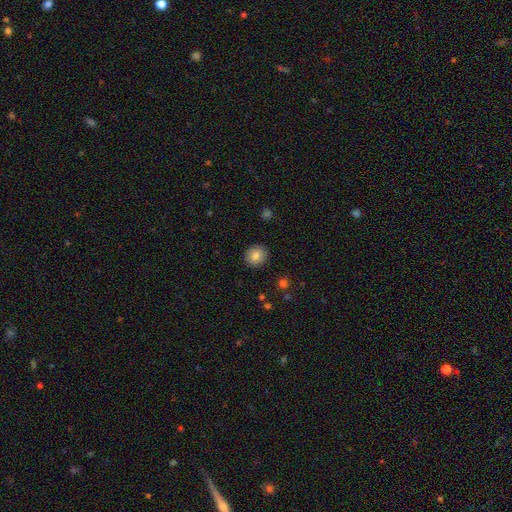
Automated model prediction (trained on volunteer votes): Smooth or featured?
  - smooth: 81% *
  - featured or disk: 10%
  - star or artifact: 9%
How rounded?
  - round: 83% *
  - in between: 16%
  - cigar-shaped: 1%
Merging?
  - none: 90% *
  - minor disturbance: 7%
  - major disturbance: 2%
  - merger: 1%